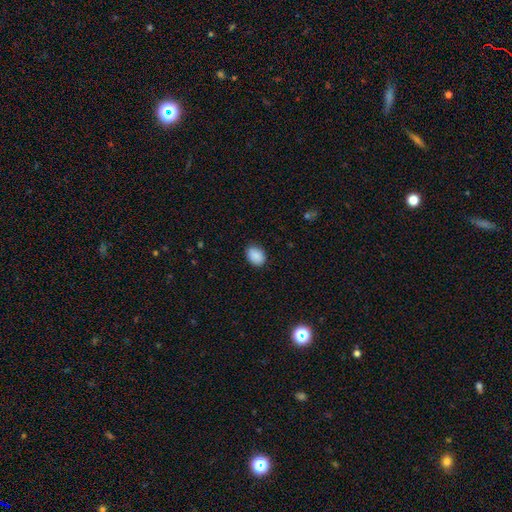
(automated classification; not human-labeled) smooth 90%, star or artifact 7%, featured or disk 3%. Down the decision tree: how rounded — in between (72%); merging — none (86%).